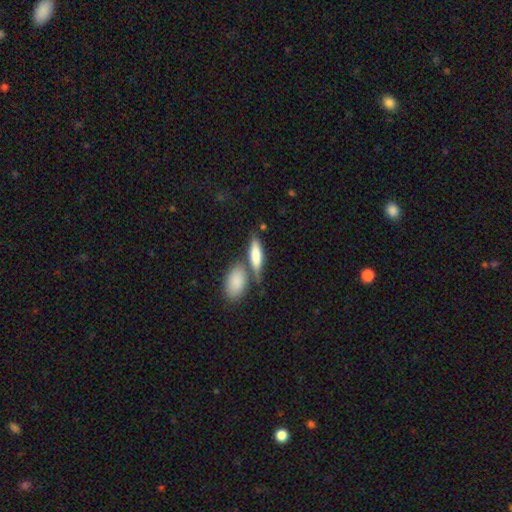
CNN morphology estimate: Smooth or featured? Predicted: smooth (p=0.77). How rounded? Predicted: in between (p=0.54). Merging? Predicted: none (p=0.50).